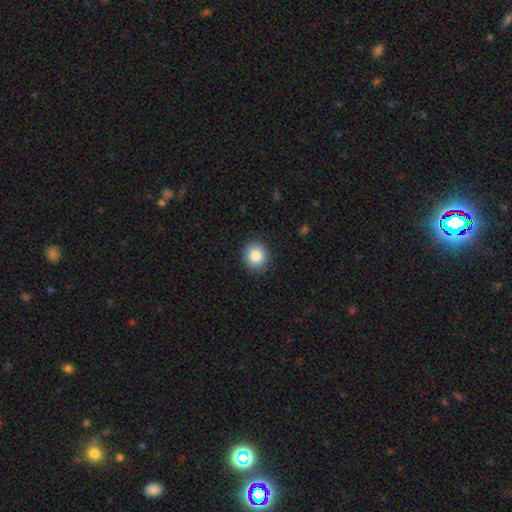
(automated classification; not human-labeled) Smooth or featured? Predicted: smooth (p=0.86). How rounded? Predicted: round (p=0.84). Merging? Predicted: none (p=0.89).